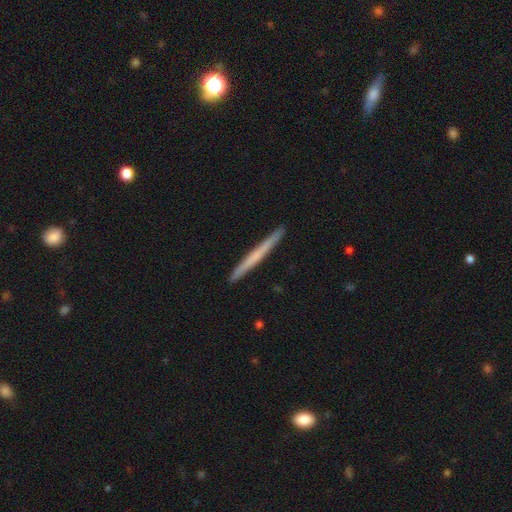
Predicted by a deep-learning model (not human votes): A smooth galaxy with no disk features (48%). Merging: none (93%).